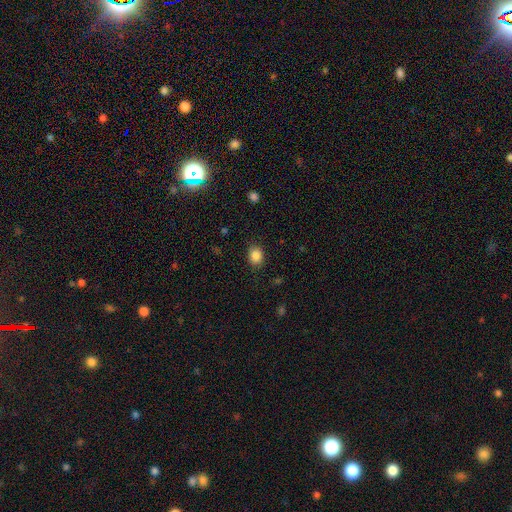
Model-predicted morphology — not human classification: The model was most divided on "how rounded": round: 50%, in between: 49%, cigar-shaped: 1%. More confident: smooth or featured — smooth (86%); merging — none (86%).